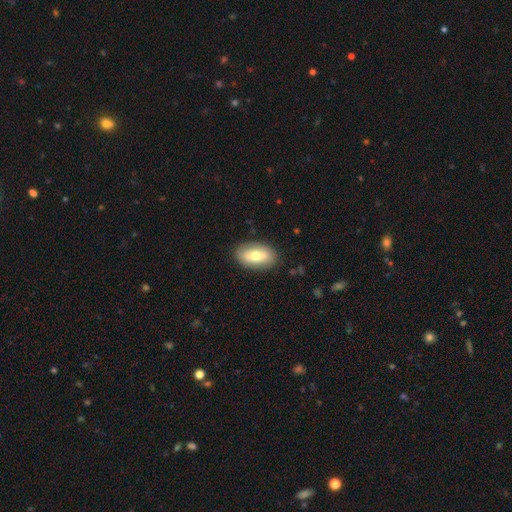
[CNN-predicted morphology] Smooth or featured?
  - smooth: 66% *
  - featured or disk: 28%
  - star or artifact: 7%
How rounded?
  - in between: 92% *
  - round: 6%
  - cigar-shaped: 2%
Merging?
  - none: 86% *
  - minor disturbance: 11%
  - major disturbance: 3%
  - merger: 1%